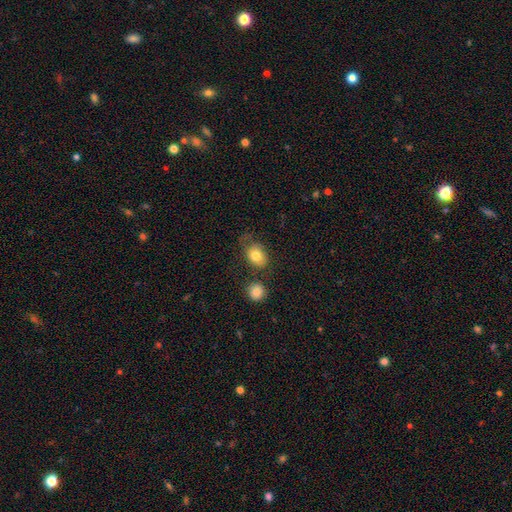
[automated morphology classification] A smooth galaxy with no disk features (80%) that is in between round and cigar-shaped (65%). Merging: none (59%).